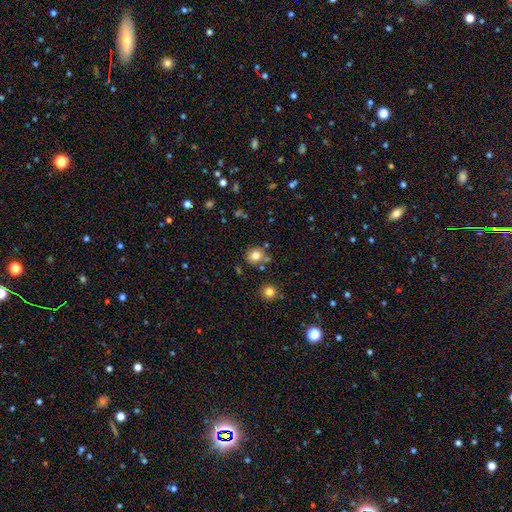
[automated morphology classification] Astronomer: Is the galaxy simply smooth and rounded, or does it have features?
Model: smooth — 80%.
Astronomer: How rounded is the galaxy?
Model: round — 80%.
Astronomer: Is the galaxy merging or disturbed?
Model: none — 75%.